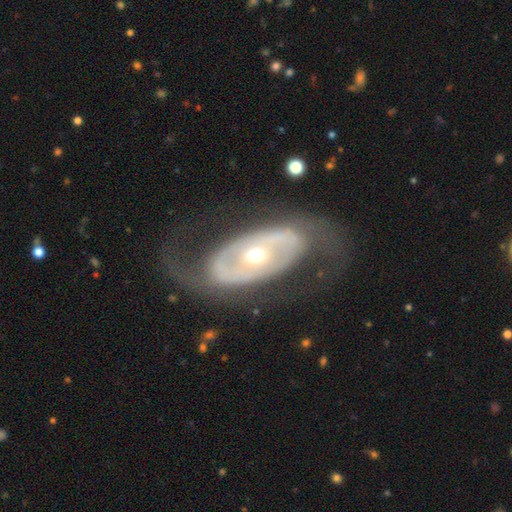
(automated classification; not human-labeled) smooth_or_featured: featured or disk (p=0.81) [alt: smooth p=0.14]
disk_edge_on: no (p=0.92) [alt: yes p=0.08]
bar: no (p=0.59) [alt: weak p=0.22]
has_spiral_arms: yes (p=0.62) [alt: no p=0.38]
bulge_size: moderate (p=0.62) [alt: small p=0.31]
merging: none (p=0.70) [alt: major disturbance p=0.16]